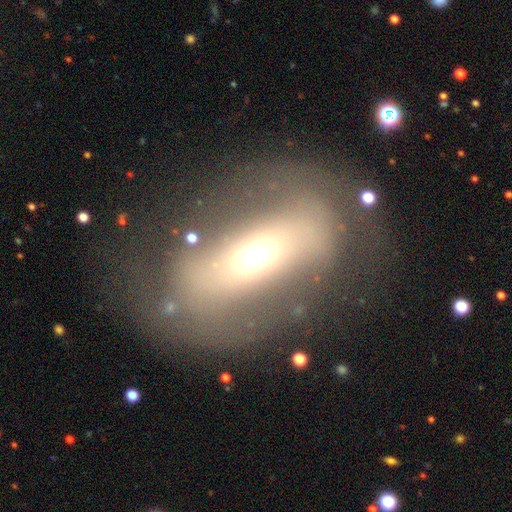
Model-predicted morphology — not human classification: A featured or disk galaxy (57%). Merging: none (61%).